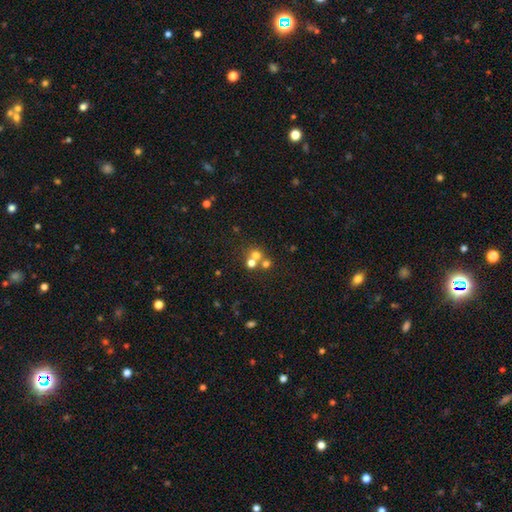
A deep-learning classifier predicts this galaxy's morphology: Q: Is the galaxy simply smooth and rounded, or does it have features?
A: smooth — 61%.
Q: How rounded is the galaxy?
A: round — 87%.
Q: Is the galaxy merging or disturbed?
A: merger — 46%.